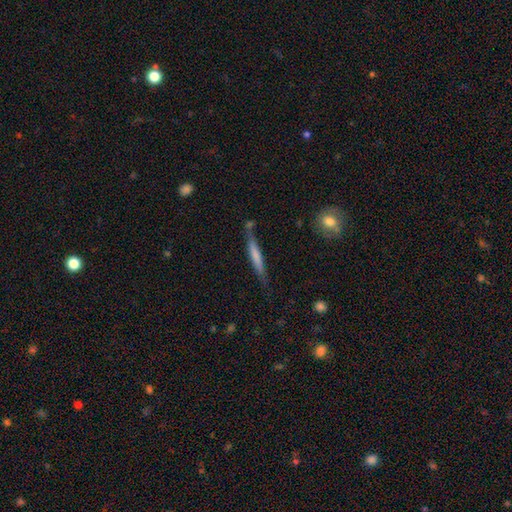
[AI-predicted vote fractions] smooth_or_featured: smooth (p=0.61) [alt: featured or disk p=0.33]
how_rounded: cigar-shaped (p=0.94) [alt: in between p=0.04]
merging: none (p=0.70) [alt: minor disturbance p=0.19]